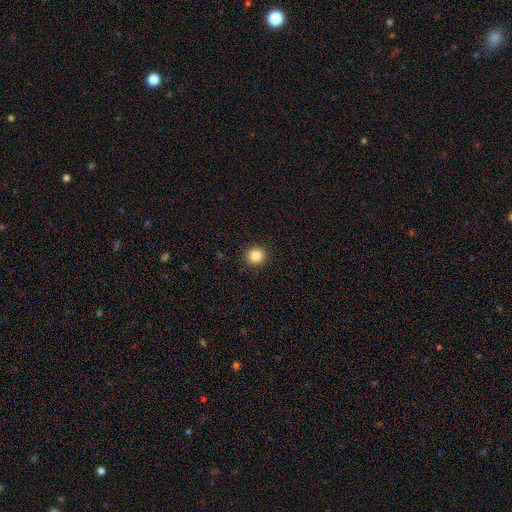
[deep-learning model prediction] A smooth galaxy with no disk features (86%) that is round (91%).

Vote fractions:
- Smooth or featured? smooth: 86% / star or artifact: 10% / featured or disk: 4%
- How rounded? round: 91% / in between: 8% / cigar-shaped: 1%
- Merging? none: 92% / minor disturbance: 5% / major disturbance: 2% / merger: 1%